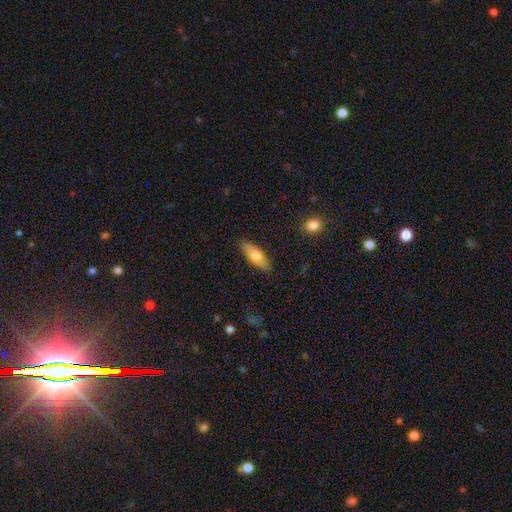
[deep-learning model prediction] This appears to be a smooth galaxy with no disk features (70%) that is in between round and cigar-shaped (68%). Merging: none (88%).